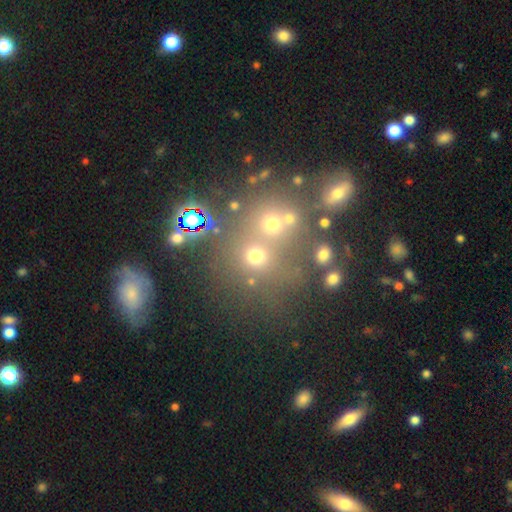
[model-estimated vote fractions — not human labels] This appears to be a smooth galaxy with no disk features (62%) that is round (84%). Merging: none (52%).